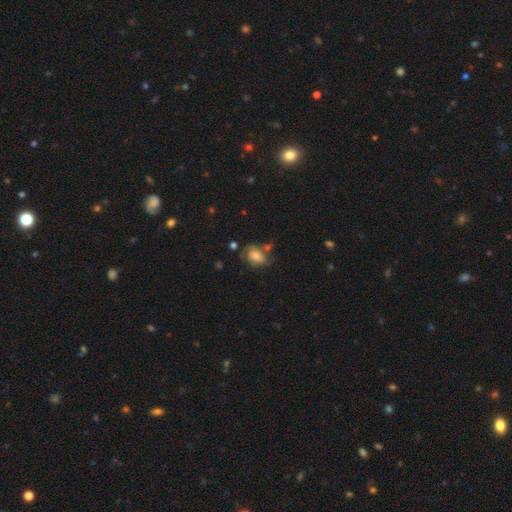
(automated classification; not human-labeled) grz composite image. It shows a smooth galaxy with no disk features (48%). Merging: none (48%).